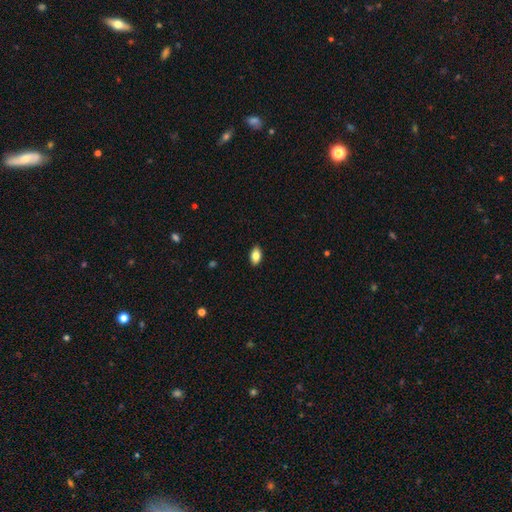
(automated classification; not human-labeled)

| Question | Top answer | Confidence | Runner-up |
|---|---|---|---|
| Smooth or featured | smooth | 82% | featured or disk (11%) |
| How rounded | in between | 91% | round (6%) |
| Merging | none | 89% | minor disturbance (8%) |